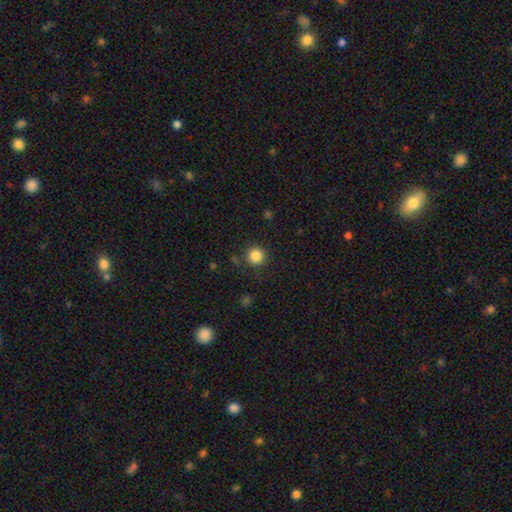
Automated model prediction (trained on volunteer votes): This is clearly a smooth galaxy (84%). How rounded: clearly round (95%). Merging: clearly none (87%).